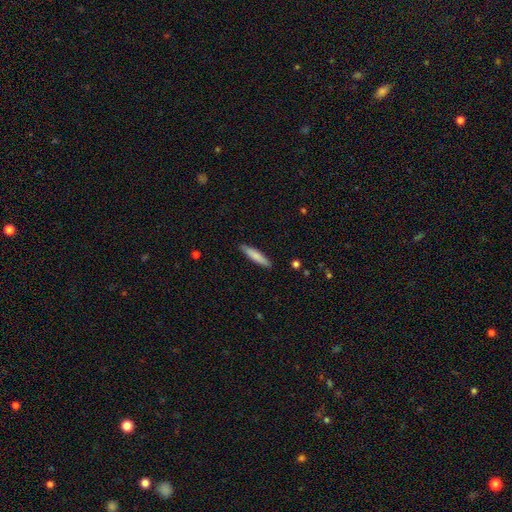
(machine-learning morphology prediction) smooth_or_featured: smooth (p=0.78) [alt: featured or disk p=0.16]
how_rounded: cigar-shaped (p=0.87) [alt: in between p=0.11]
merging: none (p=0.89) [alt: minor disturbance p=0.08]